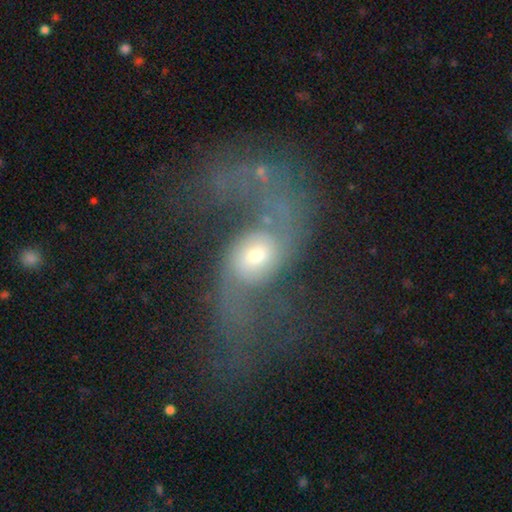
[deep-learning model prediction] This appears to be a featured or disk galaxy (77%) with no bar (58%), 2 (86%) loose (81%) spiral arms (89%) and a moderate central bulge (44%, tied with small). Merging: major disturbance (39%).